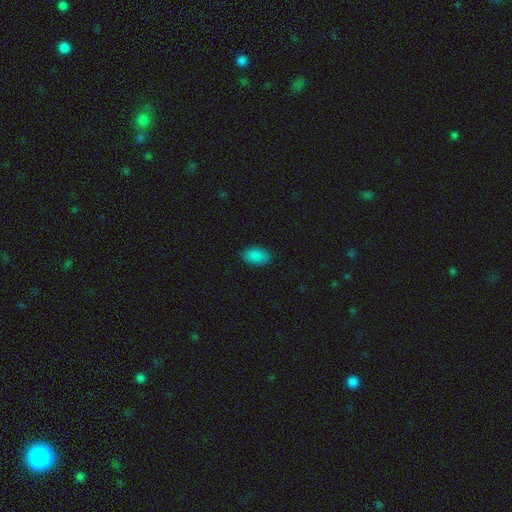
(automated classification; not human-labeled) Smooth or featured?
  - smooth: 88% *
  - star or artifact: 9%
  - featured or disk: 3%
How rounded?
  - in between: 93% *
  - round: 6%
  - cigar-shaped: 2%
Merging?
  - none: 87% *
  - minor disturbance: 10%
  - major disturbance: 2%
  - merger: 1%